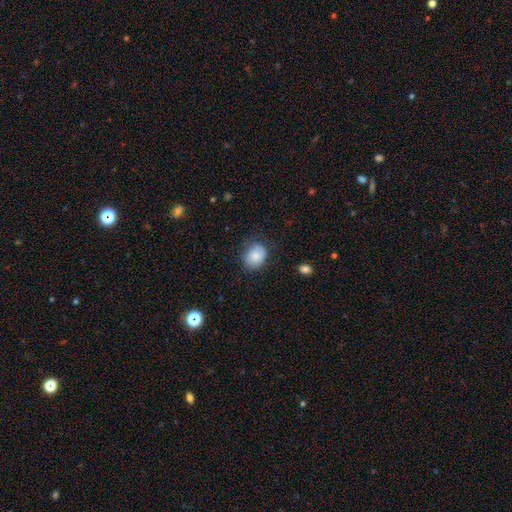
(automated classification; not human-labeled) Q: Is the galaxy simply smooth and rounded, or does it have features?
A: smooth — 85%.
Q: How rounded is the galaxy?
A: in between — 50%.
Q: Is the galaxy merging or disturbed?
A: none — 69%.